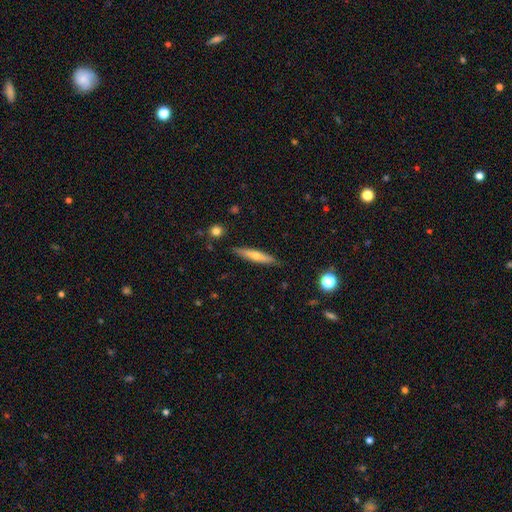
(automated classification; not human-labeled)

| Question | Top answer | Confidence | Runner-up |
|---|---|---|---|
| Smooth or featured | smooth | 53% | featured or disk (40%) |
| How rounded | cigar-shaped | 87% | in between (11%) |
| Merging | none | 86% | minor disturbance (10%) |